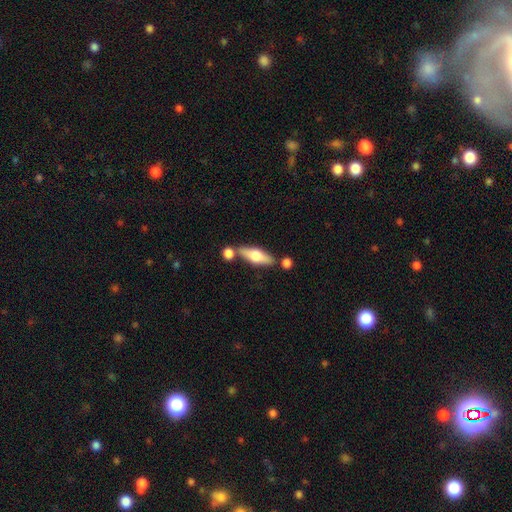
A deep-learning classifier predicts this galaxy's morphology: The model was most divided on "how rounded": in between: 51%, cigar-shaped: 46%, round: 3%. More confident: merging — none (68%); smooth or featured — smooth (50%).